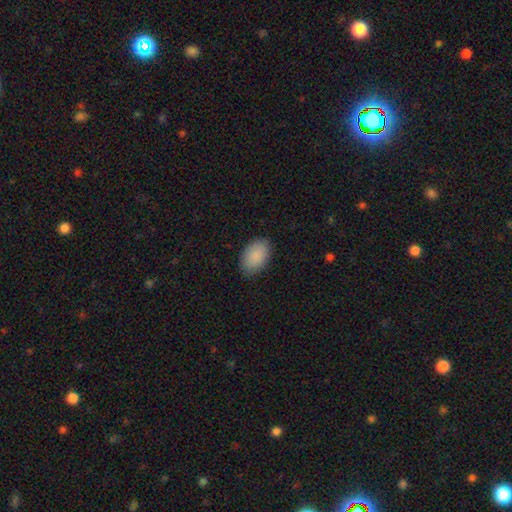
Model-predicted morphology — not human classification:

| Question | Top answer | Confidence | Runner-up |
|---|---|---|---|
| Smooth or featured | smooth | 89% | star or artifact (6%) |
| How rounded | in between | 91% | round (7%) |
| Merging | none | 85% | minor disturbance (12%) |